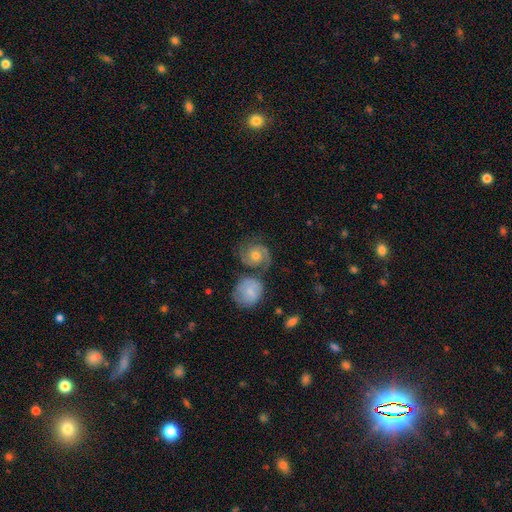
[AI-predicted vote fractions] Smooth or featured?
  - featured or disk: 78% *
  - smooth: 15%
  - star or artifact: 7%
Edge-on disk?
  - no: 98% *
  - yes: 2%
Bar?
  - no: 72% *
  - weak: 23%
  - strong: 5%
Spiral arms?
  - yes: 96% *
  - no: 4%
Spiral winding?
  - tight: 47% *
  - medium: 42%
  - loose: 11%
Spiral arm count?
  - 2: 78% *
  - can't tell: 8%
  - 3: 7%
  - 1: 3%
  - 4: 2%
  - more than 4: 2%
Bulge size?
  - moderate: 65% *
  - small: 26%
  - large: 6%
  - none: 2%
  - dominant: 1%
Merging?
  - none: 61% *
  - merger: 17%
  - minor disturbance: 15%
  - major disturbance: 7%